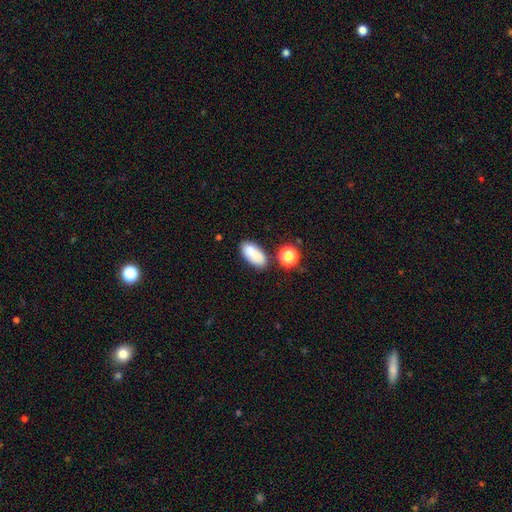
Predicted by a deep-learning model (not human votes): smooth-or-featured: smooth: 80% | featured or disk: 10% | star or artifact: 10%
  how-rounded: in between: 89% | cigar-shaped: 7% | round: 5%
  merging: none: 64% | minor disturbance: 17% | merger: 13% | major disturbance: 5%